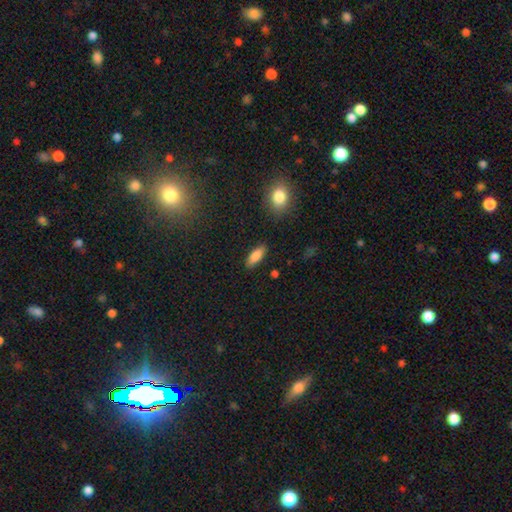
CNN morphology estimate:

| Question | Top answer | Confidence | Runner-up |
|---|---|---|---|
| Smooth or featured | smooth | 86% | star or artifact (7%) |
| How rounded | in between | 77% | cigar-shaped (20%) |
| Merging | none | 86% | minor disturbance (10%) |